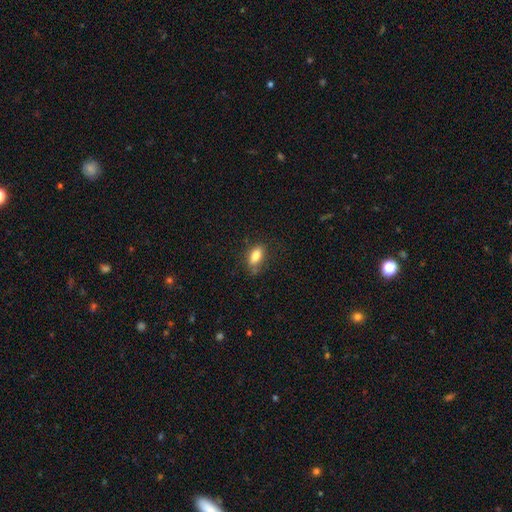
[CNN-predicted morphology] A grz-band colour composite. It shows a smooth galaxy with no disk features (81%) that is in between round and cigar-shaped (85%). Merging: none (73%).